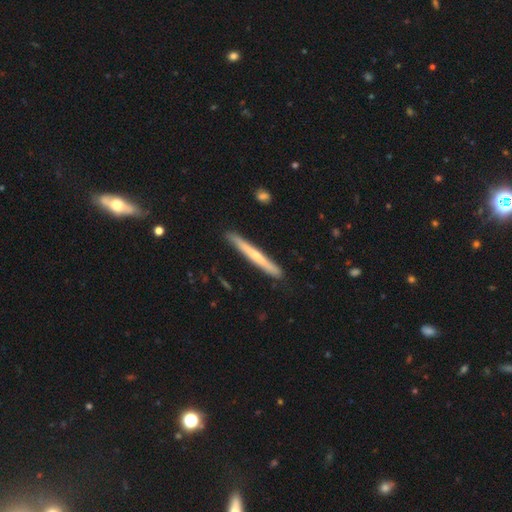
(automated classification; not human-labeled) Smooth or featured?
  - smooth: 49% *
  - featured or disk: 46%
  - star or artifact: 5%
Merging?
  - none: 89% *
  - minor disturbance: 8%
  - major disturbance: 1%
  - merger: 1%